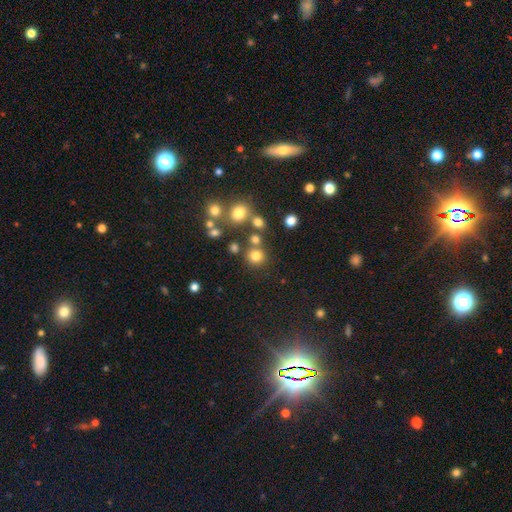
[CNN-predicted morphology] Overall: smooth (76%). How rounded: round (91%). Merging: none (74%).